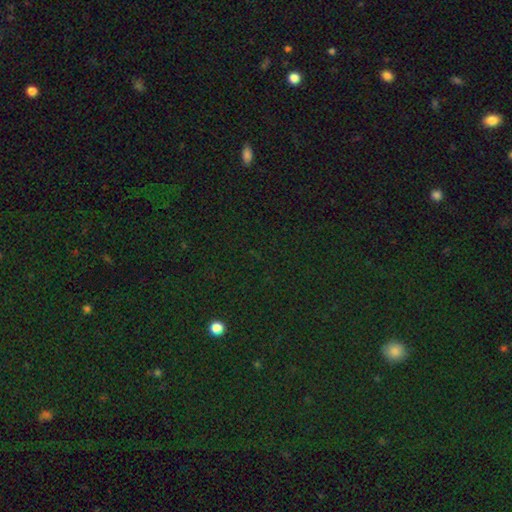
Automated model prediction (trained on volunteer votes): A star or artifact, not a galaxy (77%).